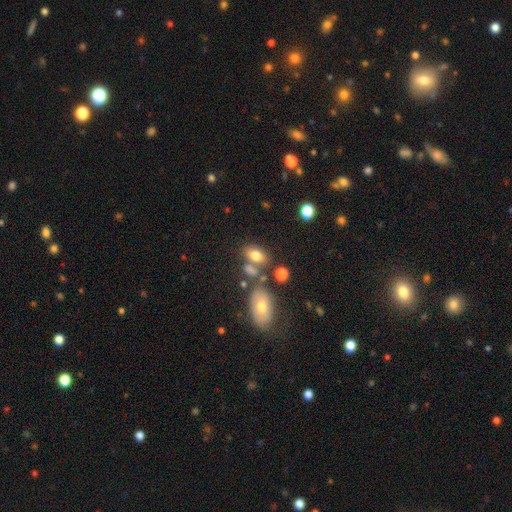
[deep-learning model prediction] Smooth or featured? smooth (74%)
How rounded? in between (86%)
Merging? none (56%)